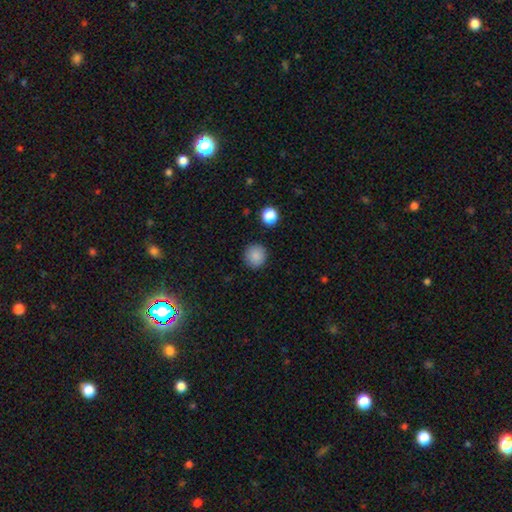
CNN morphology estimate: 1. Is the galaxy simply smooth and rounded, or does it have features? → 87% smooth, 10% star or artifact, 4% featured or disk.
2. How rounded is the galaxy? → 93% round, 6% in between, 1% cigar-shaped.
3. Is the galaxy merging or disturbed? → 89% none, 7% minor disturbance, 2% major disturbance, 1% merger.